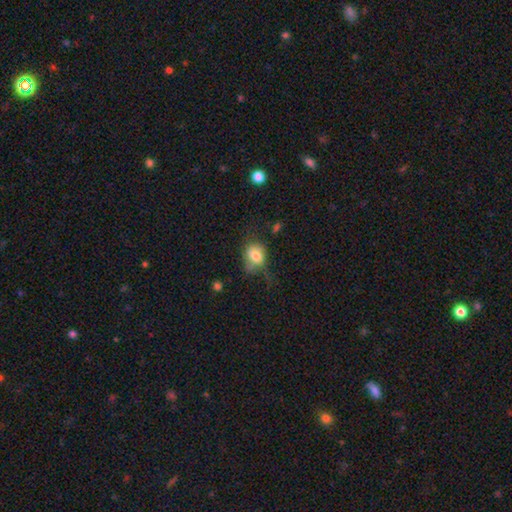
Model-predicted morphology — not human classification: Smooth or featured: smooth — 76% (featured or disk — 14%)
How rounded: round — 51% (in between — 48%)
Merging: none — 44% (minor disturbance — 31%)